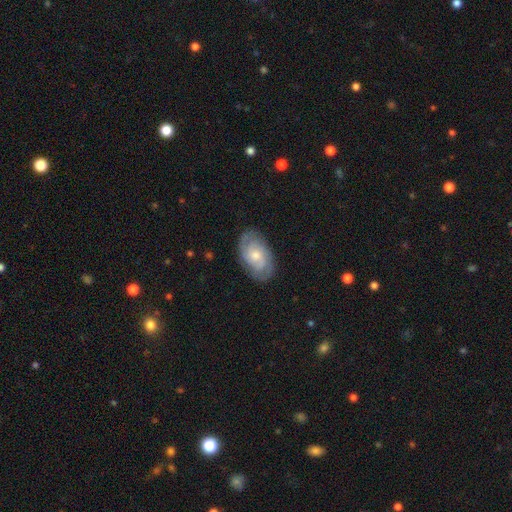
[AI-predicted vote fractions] featured or disk 71%, smooth 23%, star or artifact 6%. Down the decision tree: edge-on disk — no (96%); bar — no (68%); spiral arms — yes (92%); spiral arm count — 2 (50%); spiral winding — tight (55%); bulge size — moderate (52%); merging — none (80%).